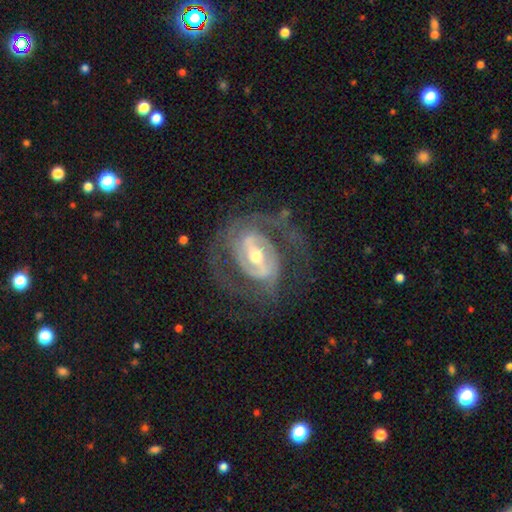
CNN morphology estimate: A featured or disk galaxy (89%) with a strong bar (51%), 2 (65%) tight (43%, tied with medium) spiral arms (92%) and a moderate central bulge (64%).

Vote fractions:
- Smooth or featured? featured or disk: 89% / smooth: 6% / star or artifact: 5%
- Edge-on disk? no: 96% / yes: 4%
- Bar? strong: 51% / weak: 36% / no: 13%
- Spiral arms? yes: 92% / no: 8%
- Spiral winding? tight: 43% (tied) / medium: 43% (tied) / loose: 14%
- Spiral arm count? 2: 65% / can't tell: 13% / 3: 12% / 1: 4% / 4: 3% / more than 4: 3%
- Bulge size? moderate: 64% / small: 28% / large: 6% / none: 1% / dominant: 1%
- Merging? none: 66% / major disturbance: 17% / minor disturbance: 16% / merger: 2%